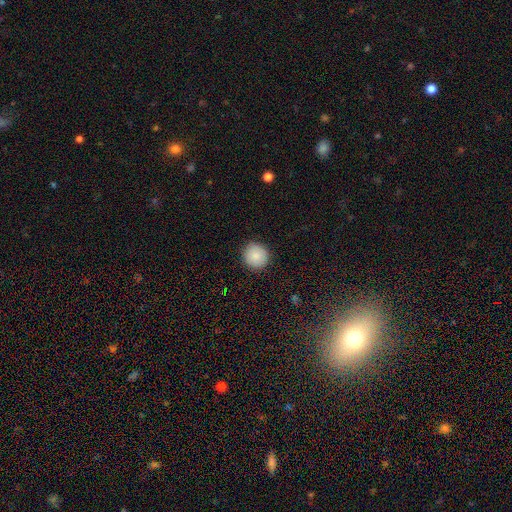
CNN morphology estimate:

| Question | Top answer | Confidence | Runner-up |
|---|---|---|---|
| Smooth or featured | smooth | 86% | star or artifact (8%) |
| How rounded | round | 94% | in between (5%) |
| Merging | none | 90% | minor disturbance (7%) |